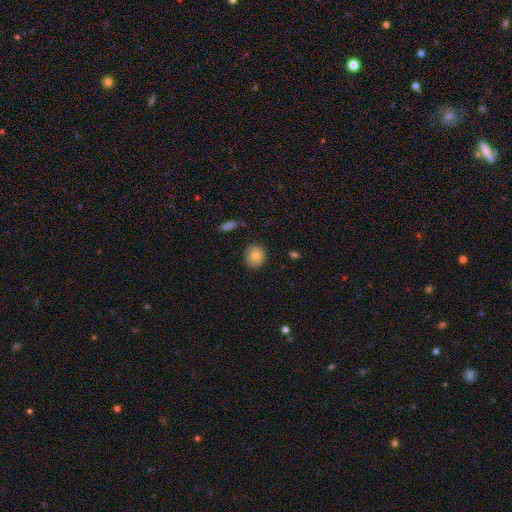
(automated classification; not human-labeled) Smooth or featured? smooth (80%)
How rounded? round (84%)
Merging? none (85%)